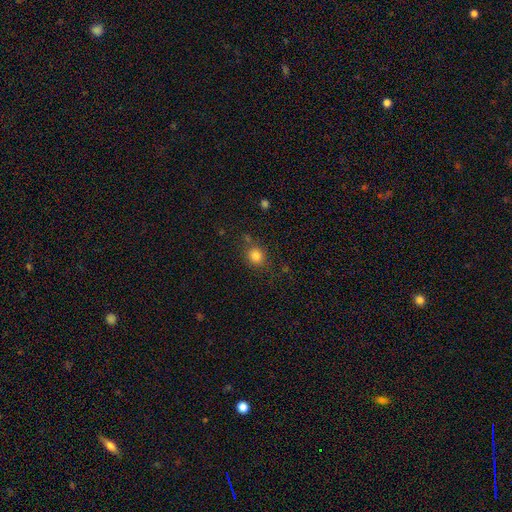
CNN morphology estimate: Smooth or featured? smooth (82%)
How rounded? round (79%)
Merging? none (77%)